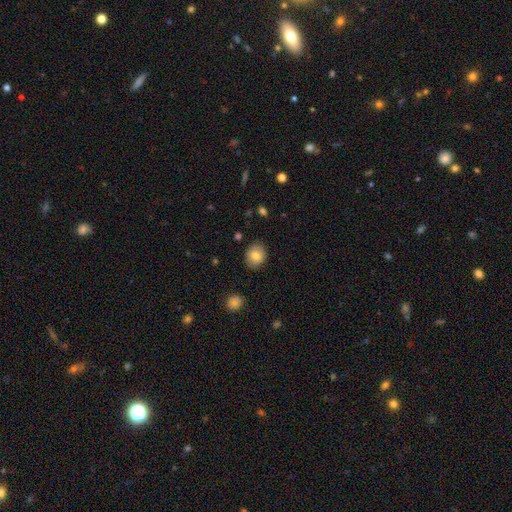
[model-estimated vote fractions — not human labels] smooth 78%, featured or disk 13%, star or artifact 9%. Down the decision tree: how rounded — round (57%); merging — none (85%).